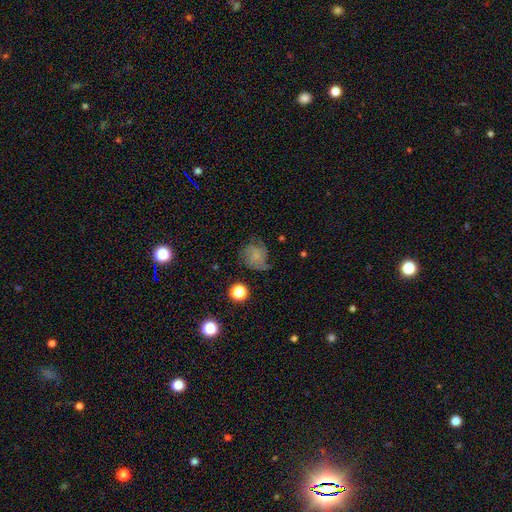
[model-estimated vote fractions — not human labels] Smooth or featured? Predicted: smooth (p=0.51). How rounded? Predicted: round (p=0.76). Merging? Predicted: none (p=0.54).